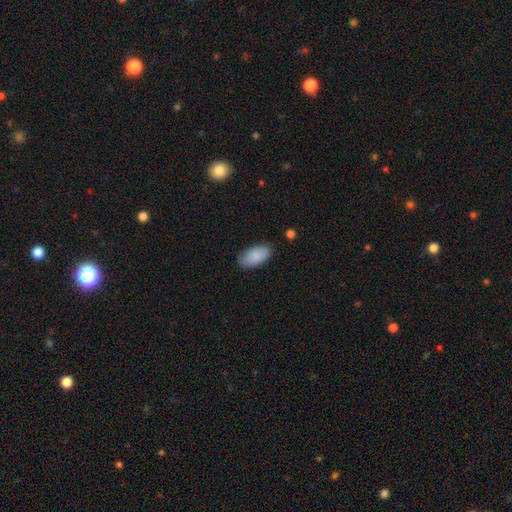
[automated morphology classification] The model was most divided on "merging": none: 83%, minor disturbance: 13%, major disturbance: 3%, merger: 1%. More confident: how rounded — in between (94%); smooth or featured — smooth (88%).